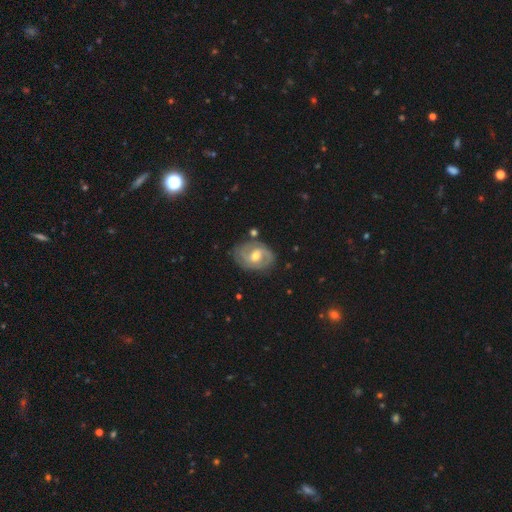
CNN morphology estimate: A featured or disk galaxy (82%) with a weak bar (49%), 2 (68%) tight (48%) spiral arms (93%) and a moderate central bulge (74%). Merging: none (76%).